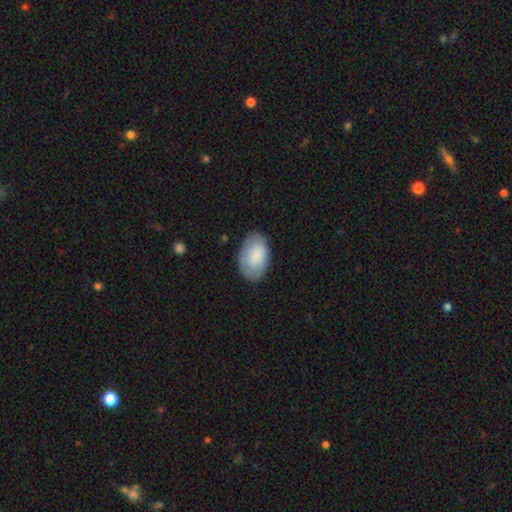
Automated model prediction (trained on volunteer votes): Q: Smooth or featured?
A: smooth (84%); runner-up: featured or disk (10%)
Q: How rounded?
A: in between (92%); runner-up: round (7%)
Q: Merging?
A: none (78%); runner-up: minor disturbance (17%)